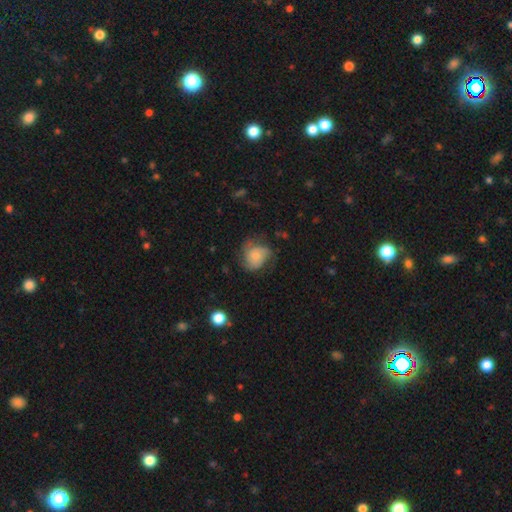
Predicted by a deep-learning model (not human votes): smooth_or_featured: smooth (p=0.61) [alt: featured or disk p=0.30]
how_rounded: round (p=0.59) [alt: in between p=0.40]
merging: none (p=0.47) [alt: minor disturbance p=0.31]